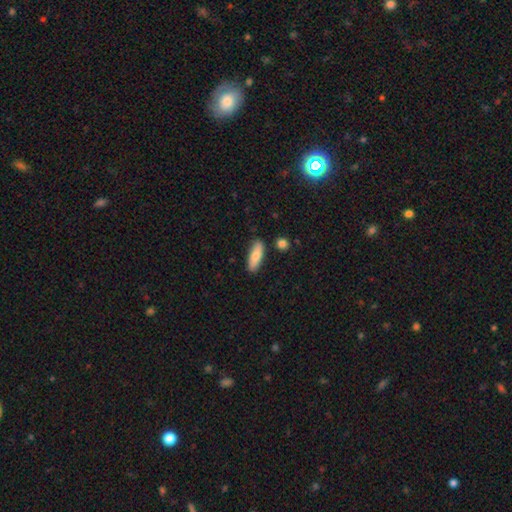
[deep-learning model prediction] smooth_or_featured: smooth (p=0.78) [alt: featured or disk p=0.16]
how_rounded: in between (p=0.56) [alt: cigar-shaped p=0.42]
merging: none (p=0.86) [alt: minor disturbance p=0.10]